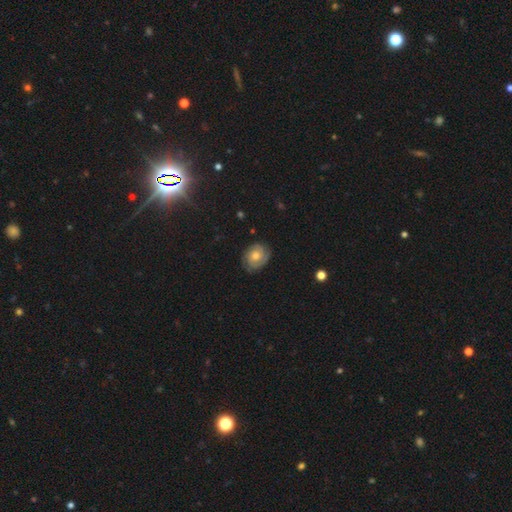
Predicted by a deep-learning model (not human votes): Smooth or featured: featured or disk — 67% (smooth — 25%)
Edge-on disk: no — 97% (yes — 3%)
Bar: no — 76% (weak — 21%)
Spiral arms: yes — 91% (no — 9%)
Spiral winding: tight — 68% (medium — 26%)
Spiral arm count: 2 — 50% (can't tell — 24%)
Bulge size: moderate — 69% (small — 21%)
Merging: none — 79% (minor disturbance — 15%)